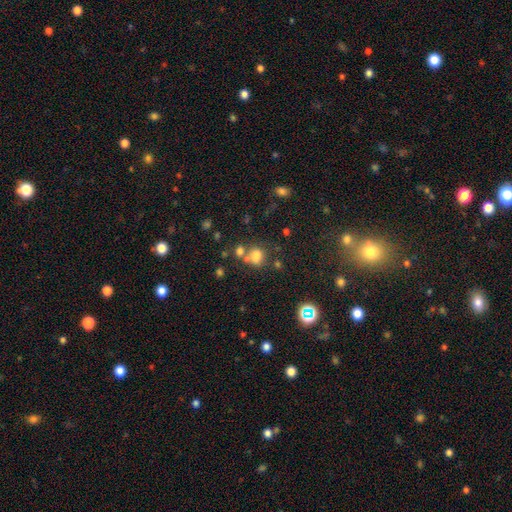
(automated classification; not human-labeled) Overall: smooth (69%). How rounded: round (53%; in between 46%). Merging: none (43%; merger 36%).